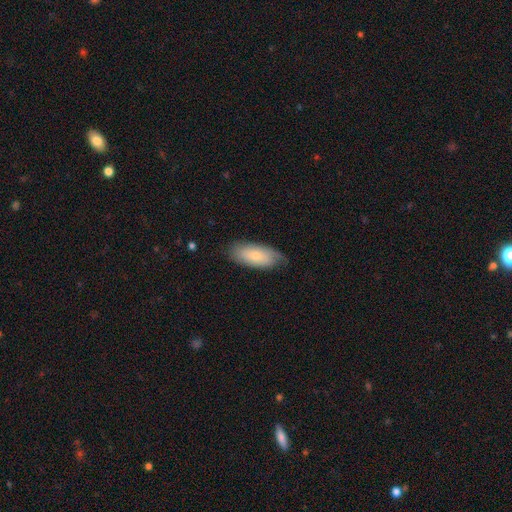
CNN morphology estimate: smooth 72%, featured or disk 22%, star or artifact 6%. Down the decision tree: how rounded — in between (86%); merging — none (71%).